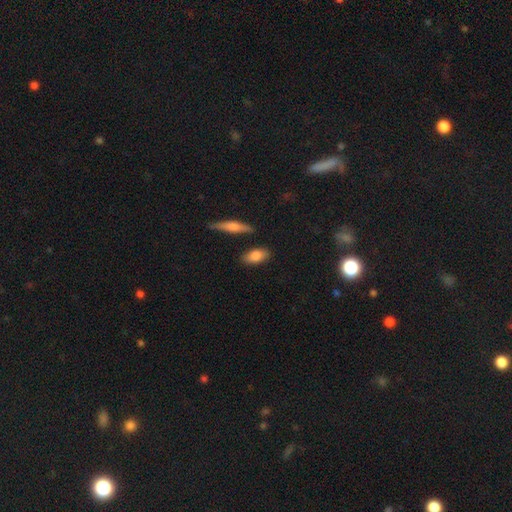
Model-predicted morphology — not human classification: smooth 81%, featured or disk 12%, star or artifact 6%. Down the decision tree: how rounded — in between (86%); merging — none (81%).